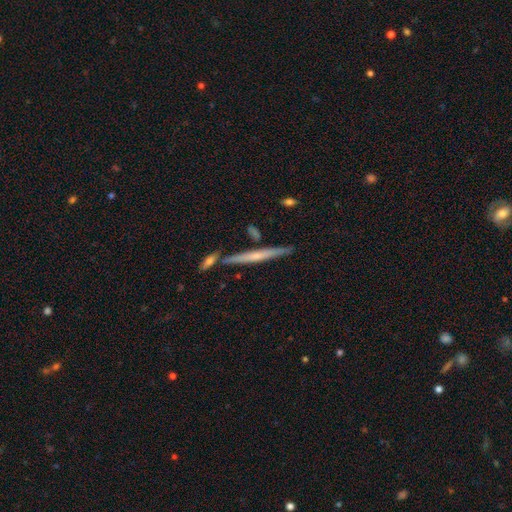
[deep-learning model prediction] A featured or disk galaxy (59%) viewed edge-on (96%) with no central bulge (54%).

Vote fractions:
- Smooth or featured? featured or disk: 59% / smooth: 34% / star or artifact: 7%
- Edge-on disk? yes: 96% / no: 4%
- Edge-on bulge? none: 54% / rounded: 38% / boxy: 8%
- Merging? none: 80% / minor disturbance: 9% / merger: 8% / major disturbance: 2%